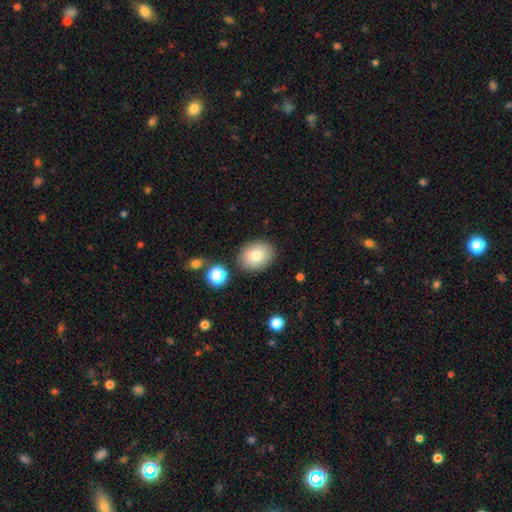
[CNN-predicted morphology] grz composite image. It shows a smooth galaxy with no disk features (80%) that is round (51%). Merging: none (86%).